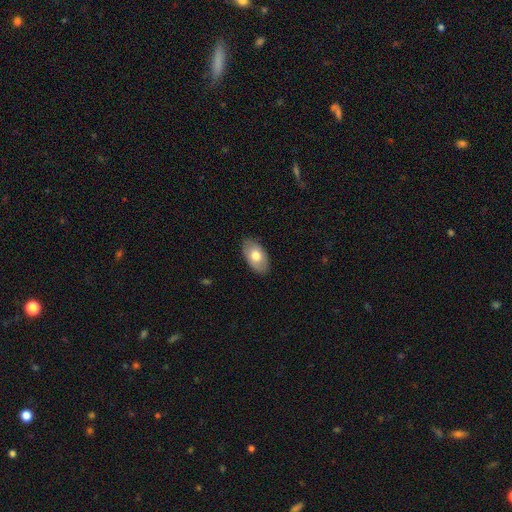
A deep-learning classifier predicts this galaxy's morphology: smooth-or-featured: smooth: 70% | featured or disk: 24% | star or artifact: 6%
  how-rounded: in between: 94% | round: 5% | cigar-shaped: 1%
  merging: none: 85% | minor disturbance: 12% | major disturbance: 2% | merger: 1%